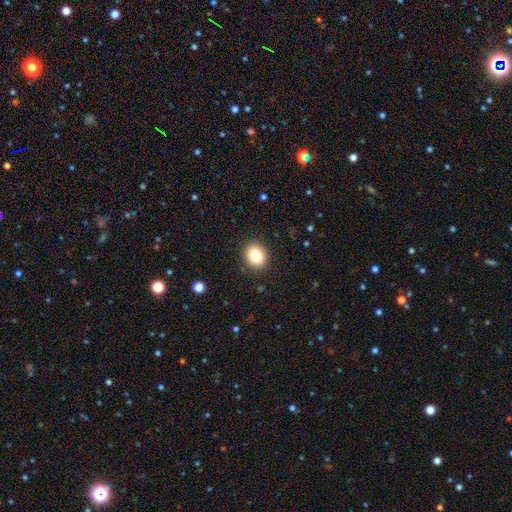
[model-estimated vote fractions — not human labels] Smooth or featured?
  - smooth: 84% *
  - star or artifact: 10%
  - featured or disk: 7%
How rounded?
  - round: 61% *
  - in between: 38%
  - cigar-shaped: 1%
Merging?
  - none: 89% *
  - minor disturbance: 7%
  - major disturbance: 2%
  - merger: 1%